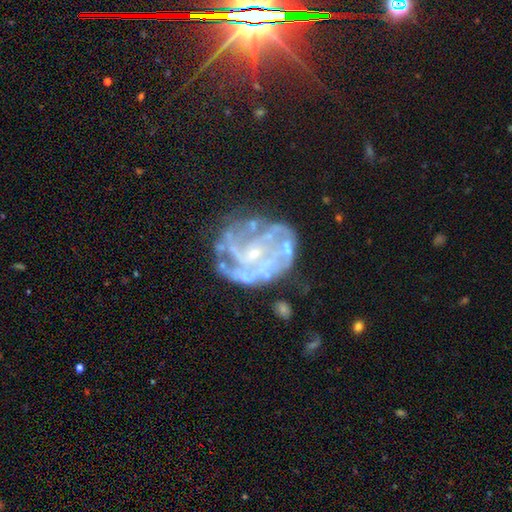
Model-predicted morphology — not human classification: This appears to be a featured or disk galaxy (84%) with no bar (69%), tight (52%) spiral arms (85%) and a small central bulge (78%). Merging: none (58%).